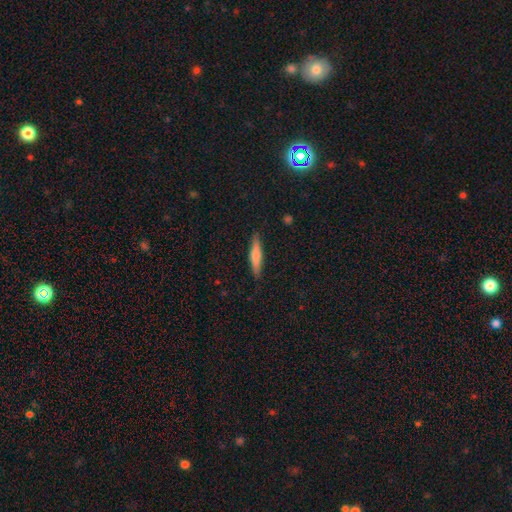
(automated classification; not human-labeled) Morphology: type=smooth (65%); roundness=cigar-shaped (87%); merging=none (89%).